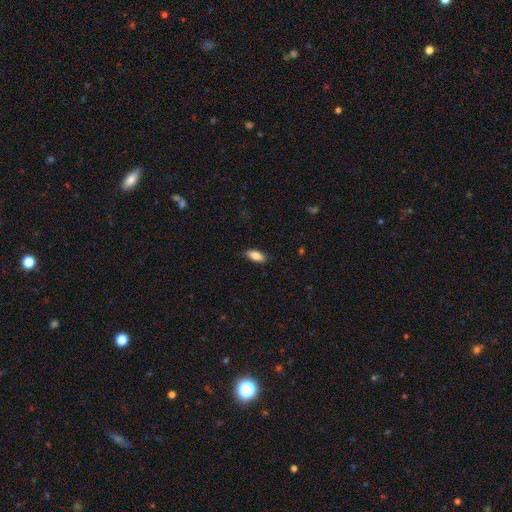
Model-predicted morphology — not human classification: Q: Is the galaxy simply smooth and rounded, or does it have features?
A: smooth — 83%.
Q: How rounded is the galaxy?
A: in between — 80%.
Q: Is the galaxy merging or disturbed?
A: none — 86%.